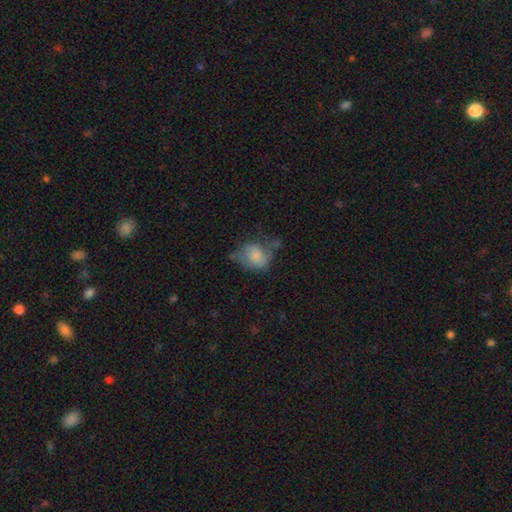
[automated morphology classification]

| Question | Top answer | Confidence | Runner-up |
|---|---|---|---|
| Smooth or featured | smooth | 65% | featured or disk (26%) |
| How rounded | round | 50% | in between (49%) |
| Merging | minor disturbance | 34% | none (31%) |